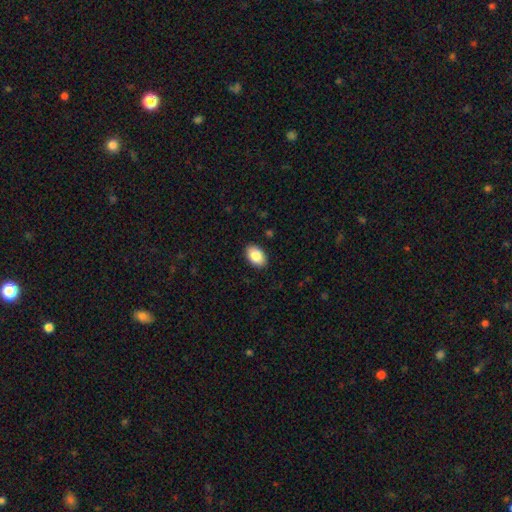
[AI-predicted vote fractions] The model was most divided on "smooth or featured": smooth: 86%, star or artifact: 7%, featured or disk: 7%. More confident: how rounded — in between (90%); merging — none (89%).